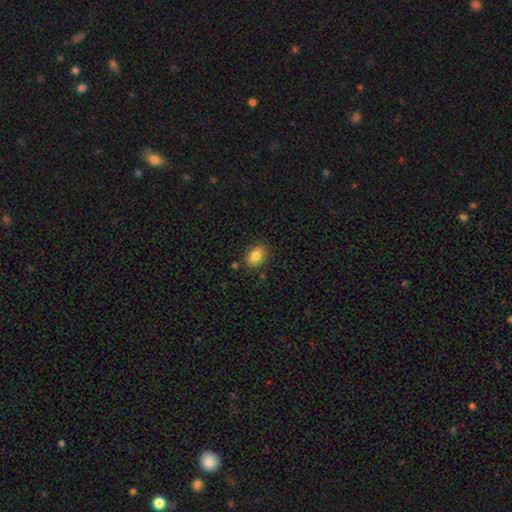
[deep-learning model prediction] This appears to be a smooth galaxy with no disk features (83%) that is in between round and cigar-shaped (76%). Merging: none (81%).